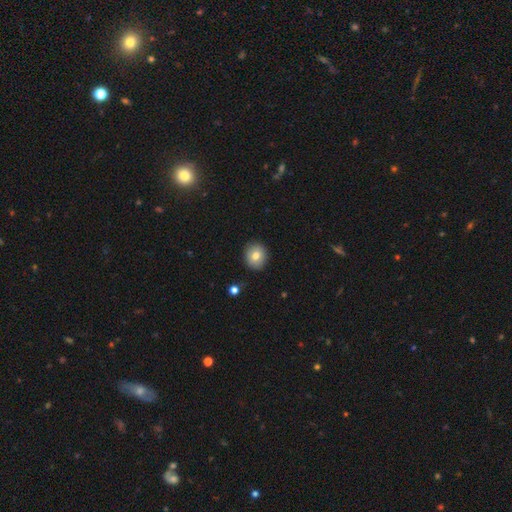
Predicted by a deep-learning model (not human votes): smooth 77%, featured or disk 14%, star or artifact 9%. Down the decision tree: how rounded — round (78%); merging — none (89%).